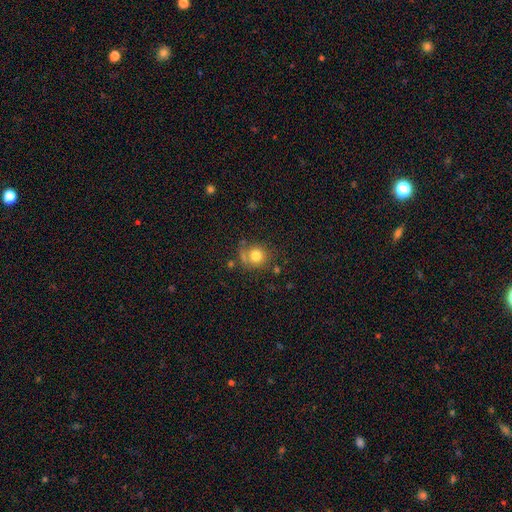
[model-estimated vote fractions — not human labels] The model was most divided on "merging": none: 64%, minor disturbance: 18%, merger: 10%, major disturbance: 8%. More confident: how rounded — round (85%); smooth or featured — smooth (78%).